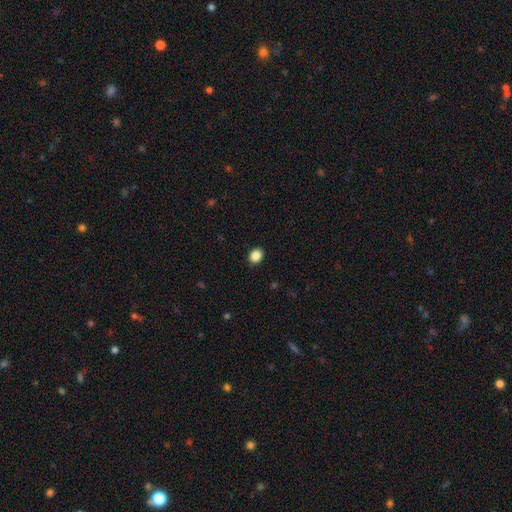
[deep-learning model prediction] Smooth or featured? Predicted: smooth (p=0.88). How rounded? Predicted: round (p=0.61). Merging? Predicted: none (p=0.90).